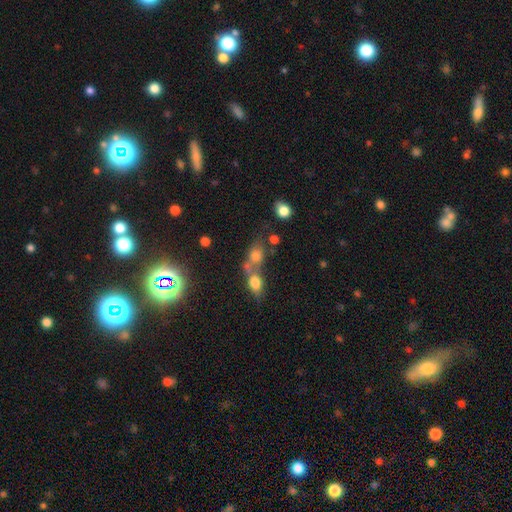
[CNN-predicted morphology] This is likely a smooth galaxy (71%). How rounded: possibly in between (57%). Merging: possibly merger (54%).